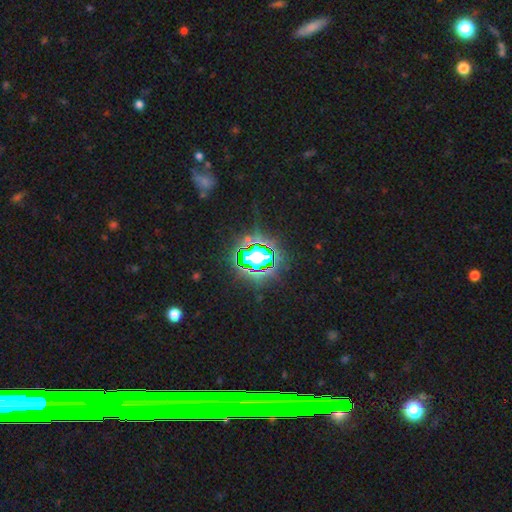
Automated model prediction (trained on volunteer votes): star or artifact 73%, smooth 16%, featured or disk 11%.